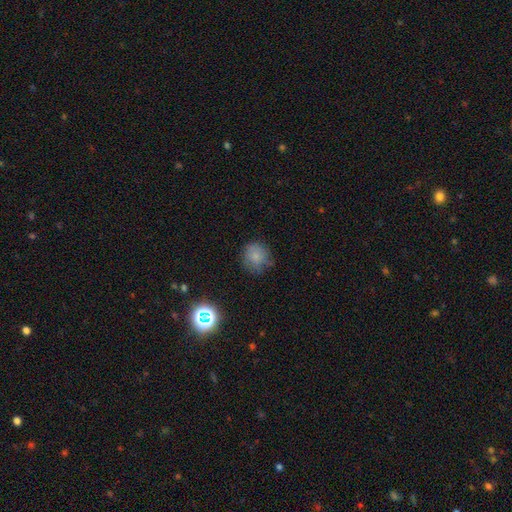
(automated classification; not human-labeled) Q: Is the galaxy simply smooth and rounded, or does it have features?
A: smooth — 75%.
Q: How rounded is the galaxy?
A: round — 87%.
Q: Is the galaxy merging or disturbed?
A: none — 68%.